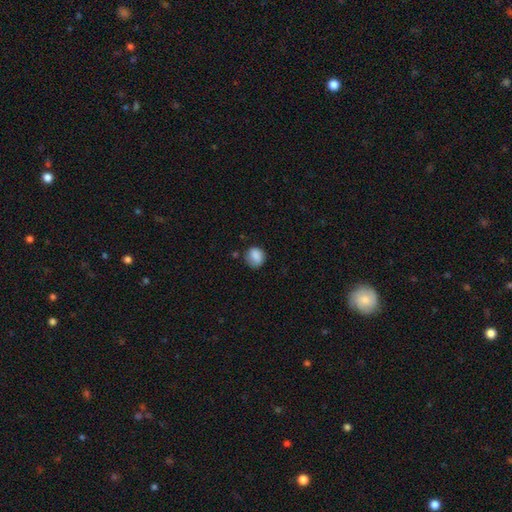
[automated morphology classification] type=smooth (84%); roundness=round (77%); merging=none (70%).